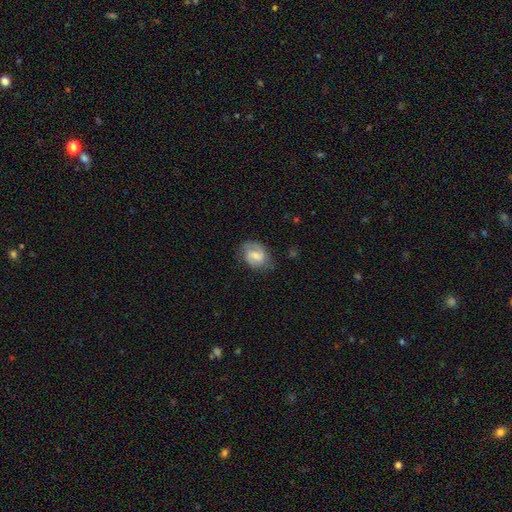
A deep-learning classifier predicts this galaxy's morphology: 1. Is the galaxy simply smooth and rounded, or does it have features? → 53% featured or disk, 40% smooth, 7% star or artifact.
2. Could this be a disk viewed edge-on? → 97% no, 3% yes.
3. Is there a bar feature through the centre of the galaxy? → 55% weak, 26% no, 18% strong.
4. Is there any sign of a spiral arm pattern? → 84% yes, 16% no.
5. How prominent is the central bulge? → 41% moderate (tied), 41% small (tied), 11% none, 6% large, 1% dominant.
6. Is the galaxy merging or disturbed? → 67% none, 23% minor disturbance, 9% major disturbance, 1% merger.